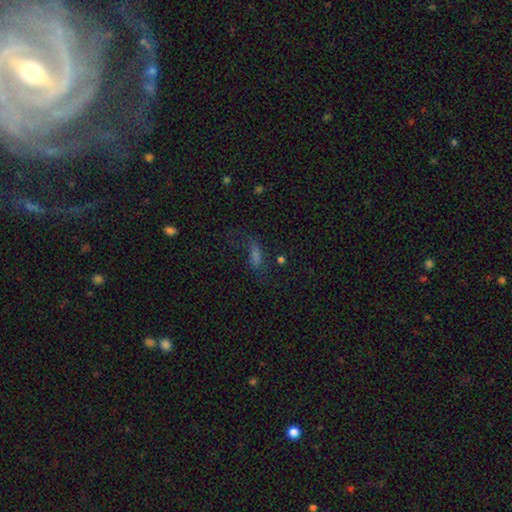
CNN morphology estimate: Smooth or featured? smooth (49%)
Merging? none (51%)